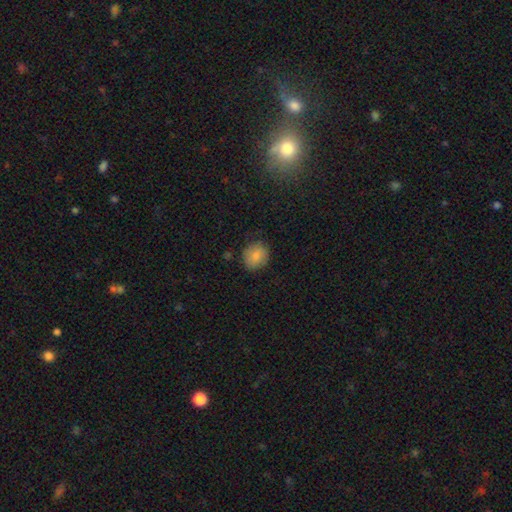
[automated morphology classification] smooth-or-featured: smooth: 83% | star or artifact: 9% | featured or disk: 8%
  how-rounded: round: 77% | in between: 22% | cigar-shaped: 1%
  merging: none: 81% | minor disturbance: 14% | major disturbance: 3% | merger: 1%